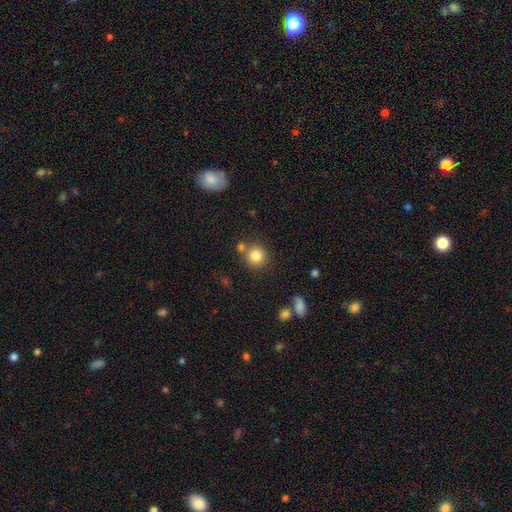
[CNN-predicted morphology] Smooth or featured: smooth — 82% (star or artifact — 10%)
How rounded: round — 90% (in between — 9%)
Merging: none — 72% (merger — 15%)